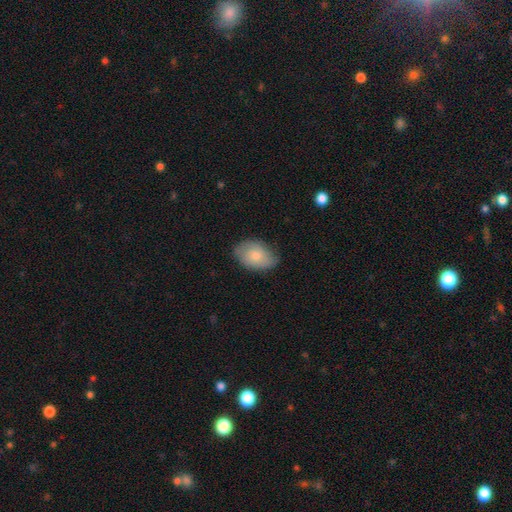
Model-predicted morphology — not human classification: This appears to be a smooth galaxy with no disk features (73%) that is in between round and cigar-shaped (87%). Merging: none (73%).